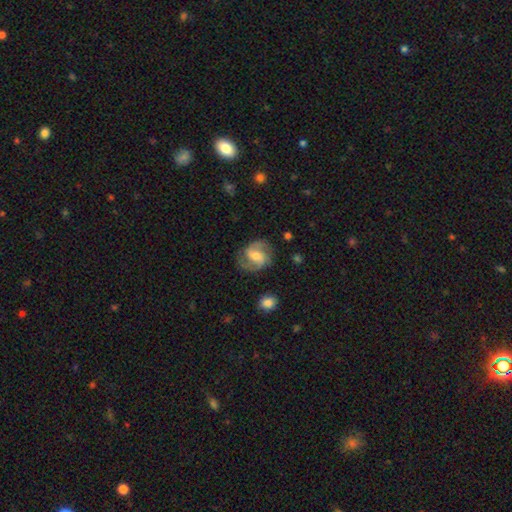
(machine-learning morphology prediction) A featured or disk galaxy (78%) with a weak bar (49%), 2 (85%) medium (53%) spiral arms (95%) and a moderate central bulge (55%).

Vote fractions:
- Smooth or featured? featured or disk: 78% / smooth: 16% / star or artifact: 6%
- Edge-on disk? no: 98% / yes: 2%
- Bar? weak: 49% / no: 30% / strong: 21%
- Spiral arms? yes: 95% / no: 5%
- Spiral winding? medium: 53% / tight: 25% / loose: 21%
- Spiral arm count? 2: 85% / can't tell: 5% / 3: 5% / 1: 2% / 4: 1% / more than 4: 1%
- Bulge size? moderate: 55% / small: 33% / large: 7% / none: 4% / dominant: 1%
- Merging? none: 77% / minor disturbance: 15% / major disturbance: 6% / merger: 1%